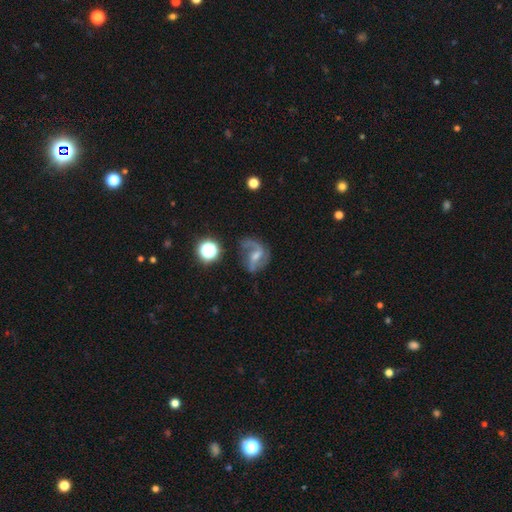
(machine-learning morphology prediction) The model was most divided on "bulge size": small: 41%, moderate: 36%, none: 17%, large: 4%, dominant: 1%. Remaining: edge-on disk — no (97%); spiral arms — yes (91%); smooth or featured — featured or disk (74%); spiral arm count — 2 (69%); spiral winding — loose (55%); bar — weak (50%); merging — none (47%).